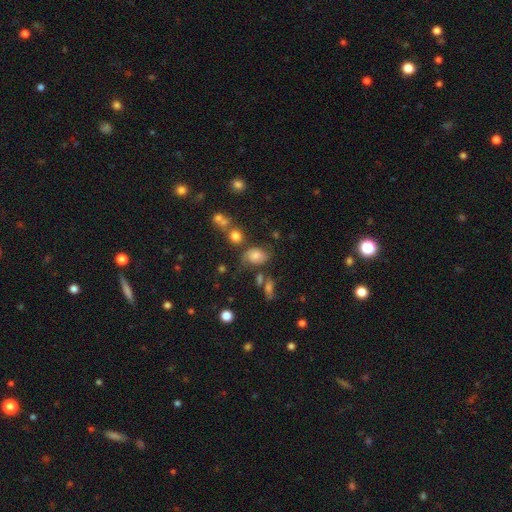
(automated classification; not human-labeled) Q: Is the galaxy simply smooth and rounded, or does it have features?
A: smooth — 61%.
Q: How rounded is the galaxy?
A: in between — 67%.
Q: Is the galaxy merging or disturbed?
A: none — 48%.